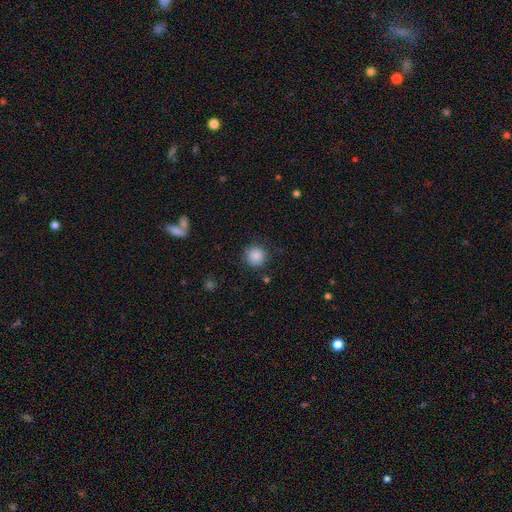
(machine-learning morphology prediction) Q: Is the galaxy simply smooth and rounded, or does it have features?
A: smooth — 87%.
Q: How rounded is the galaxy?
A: round — 94%.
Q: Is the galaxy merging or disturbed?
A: none — 85%.